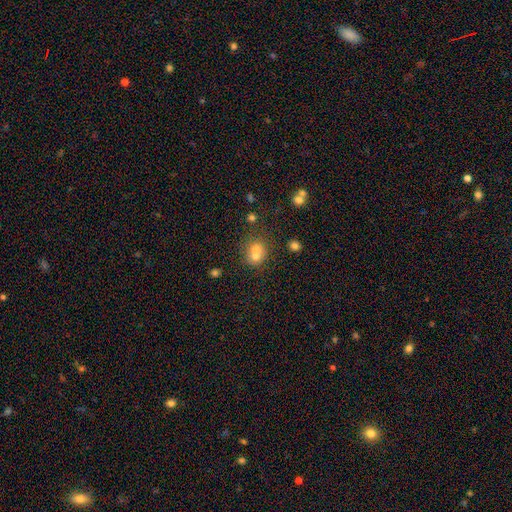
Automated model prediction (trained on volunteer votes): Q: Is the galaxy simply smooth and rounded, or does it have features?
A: smooth — 65%.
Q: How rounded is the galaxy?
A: round — 69%.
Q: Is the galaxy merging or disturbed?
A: merger — 55%.